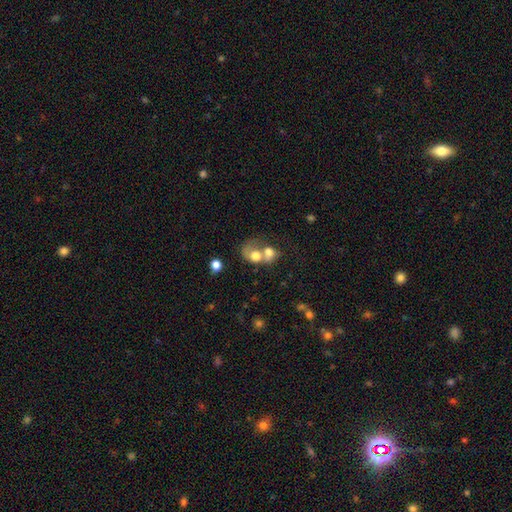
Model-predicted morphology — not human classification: This appears to be a smooth galaxy with no disk features (61%) that is round (53%). Merging: merger (73%).